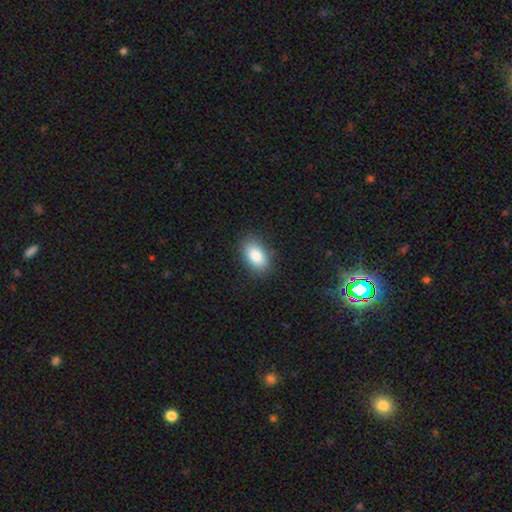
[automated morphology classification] Q: Smooth or featured?
A: smooth (85%); runner-up: featured or disk (8%)
Q: How rounded?
A: in between (91%); runner-up: round (7%)
Q: Merging?
A: none (85%); runner-up: minor disturbance (11%)